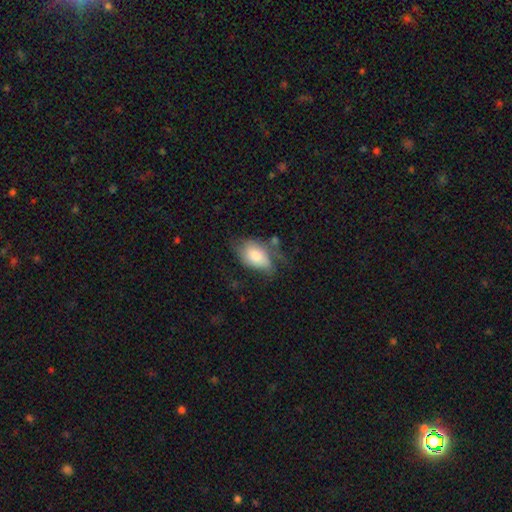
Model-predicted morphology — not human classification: smooth_or_featured: smooth (p=0.67) [alt: featured or disk p=0.26]
how_rounded: in between (p=0.89) [alt: round p=0.09]
merging: none (p=0.37) [alt: minor disturbance p=0.33]